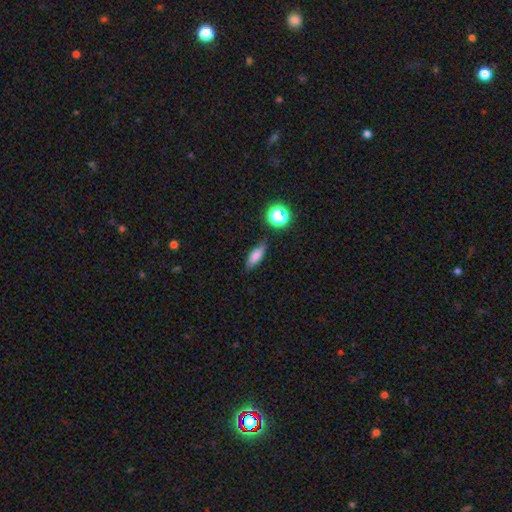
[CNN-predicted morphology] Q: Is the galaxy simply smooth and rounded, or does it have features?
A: smooth — 77%.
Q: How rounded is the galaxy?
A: in between — 60%.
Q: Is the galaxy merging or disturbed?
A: none — 82%.